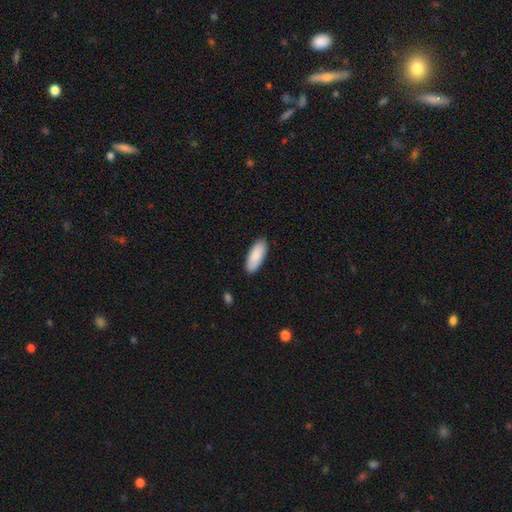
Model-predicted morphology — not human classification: Smooth or featured? smooth (89%)
How rounded? in between (78%)
Merging? none (88%)